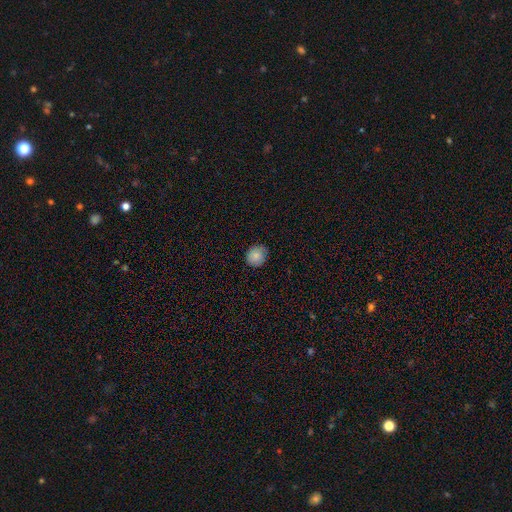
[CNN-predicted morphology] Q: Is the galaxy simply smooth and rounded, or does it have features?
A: smooth — 81%.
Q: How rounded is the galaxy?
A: round — 85%.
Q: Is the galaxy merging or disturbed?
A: none — 80%.